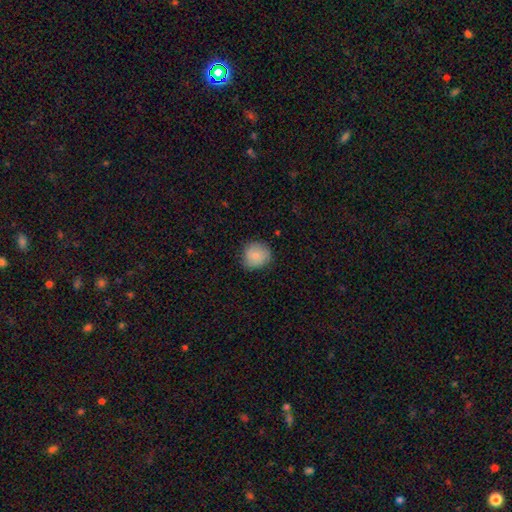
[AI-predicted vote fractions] Overall: smooth (84%). How rounded: round (86%). Merging: none (79%).